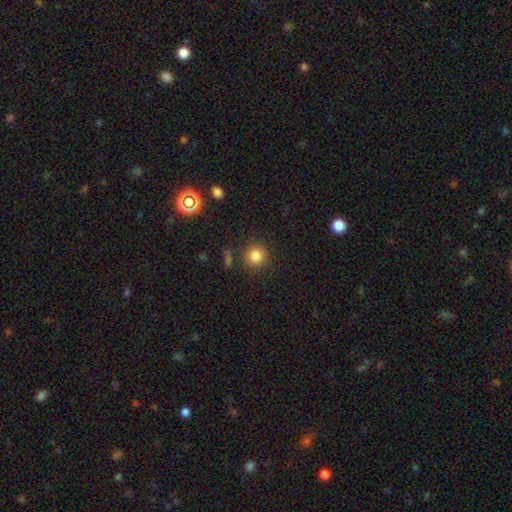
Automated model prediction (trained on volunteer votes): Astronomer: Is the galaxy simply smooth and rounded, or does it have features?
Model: smooth — 83%.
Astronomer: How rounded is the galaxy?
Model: round — 94%.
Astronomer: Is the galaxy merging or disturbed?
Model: none — 88%.